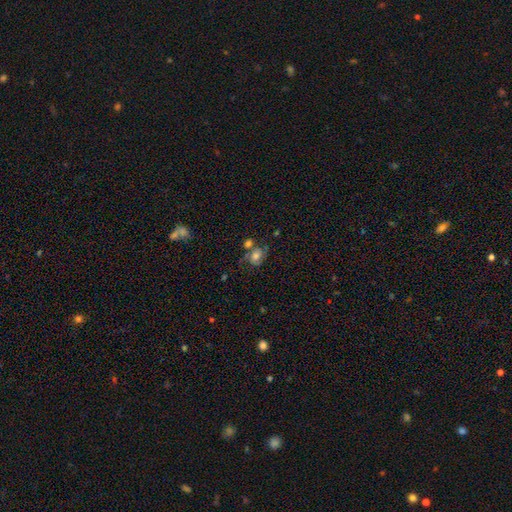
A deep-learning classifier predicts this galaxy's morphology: type=smooth (45%); merging=none (42%).